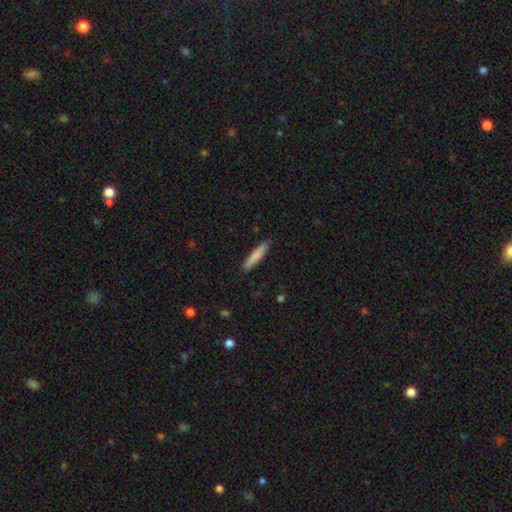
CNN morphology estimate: This appears to be a smooth galaxy with no disk features (83%) that is cigar-shaped (84%). Merging: none (86%).